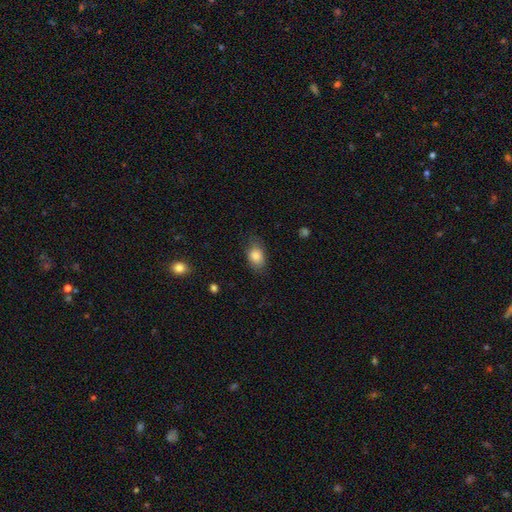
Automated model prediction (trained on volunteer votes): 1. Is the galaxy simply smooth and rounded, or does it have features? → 84% smooth, 8% star or artifact, 7% featured or disk.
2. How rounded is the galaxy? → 77% in between, 21% round, 2% cigar-shaped.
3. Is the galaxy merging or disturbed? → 74% none, 19% minor disturbance, 6% major disturbance, 1% merger.